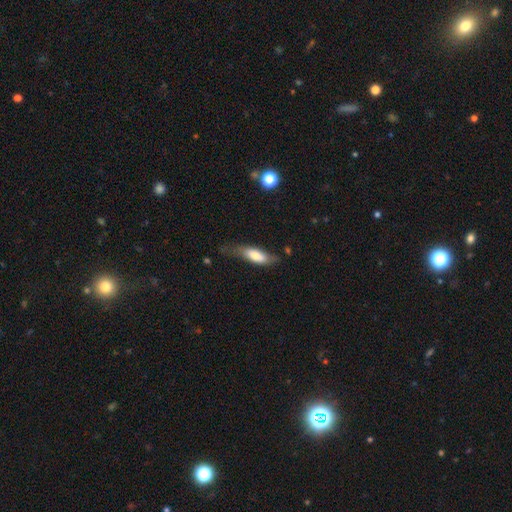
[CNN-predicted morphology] This is likely a smooth galaxy (68%). How rounded: possibly in between (57%). Merging: possibly none (47%).